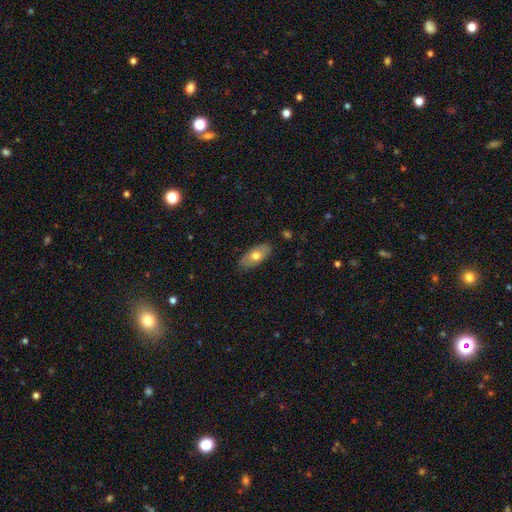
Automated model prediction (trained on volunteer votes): Q: Smooth or featured?
A: smooth (63%); runner-up: featured or disk (30%)
Q: How rounded?
A: in between (90%); runner-up: cigar-shaped (6%)
Q: Merging?
A: none (83%); runner-up: minor disturbance (14%)